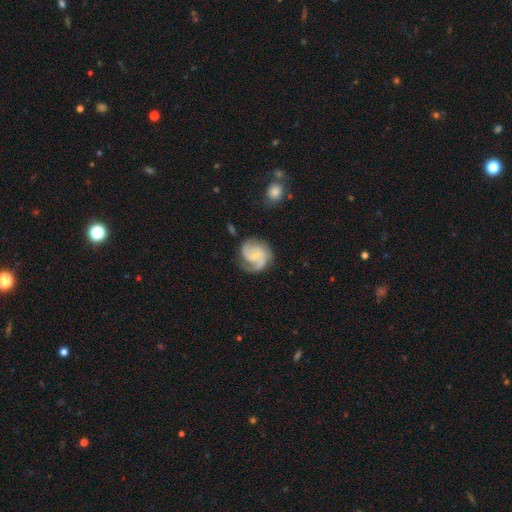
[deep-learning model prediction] smooth-or-featured: featured or disk: 82% | smooth: 13% | star or artifact: 5%
  disk-edge-on: no: 98% | yes: 2%
    bar: no: 59% | weak: 35% | strong: 6%
    has-spiral-arms: yes: 96% | no: 4%
      spiral-winding: medium: 47% | tight: 37% | loose: 16%
      spiral-arm-count: 2: 60% | 3: 18% | can't tell: 10% | 1: 7% | 4: 3% | more than 4: 3%
    bulge-size: small: 68% | moderate: 26% | none: 4% | large: 1% | dominant: 1%
  merging: none: 69% | minor disturbance: 20% | major disturbance: 9% | merger: 2%